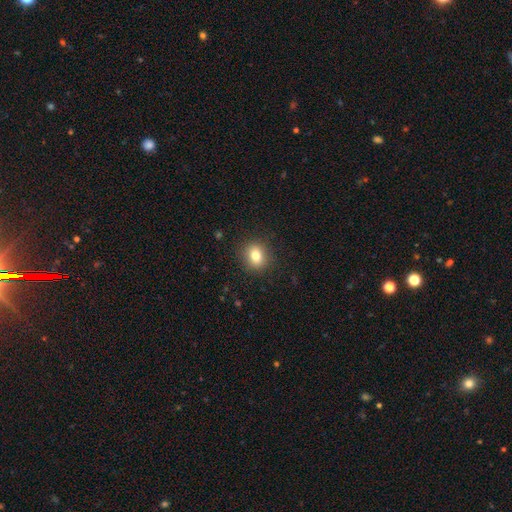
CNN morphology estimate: Smooth or featured: smooth — 81% (star or artifact — 11%)
How rounded: round — 70% (in between — 29%)
Merging: none — 89% (minor disturbance — 7%)